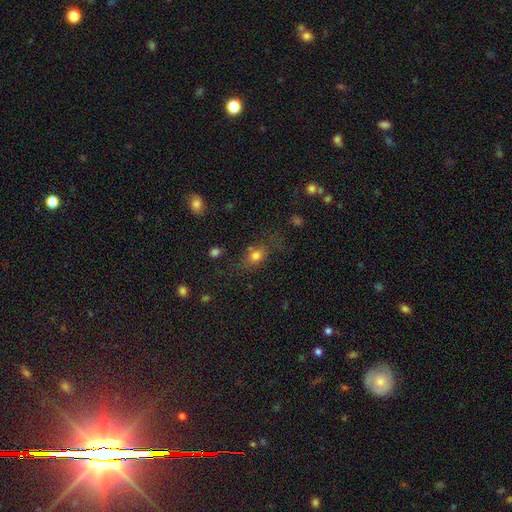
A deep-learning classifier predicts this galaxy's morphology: type=smooth (72%); roundness=in between (57%); merging=none (59%).